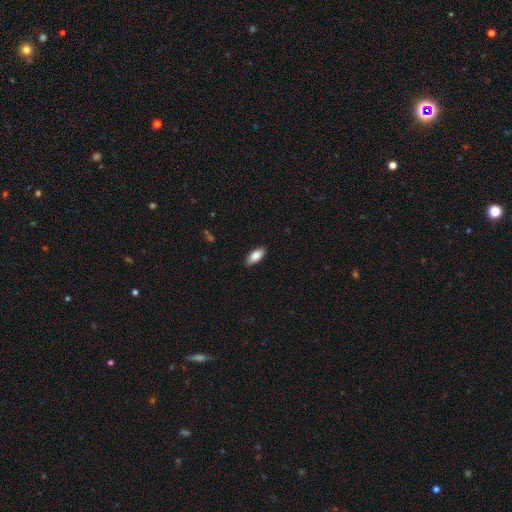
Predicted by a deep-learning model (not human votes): Smooth or featured? Predicted: smooth (p=0.85). How rounded? Predicted: in between (p=0.87). Merging? Predicted: none (p=0.87).